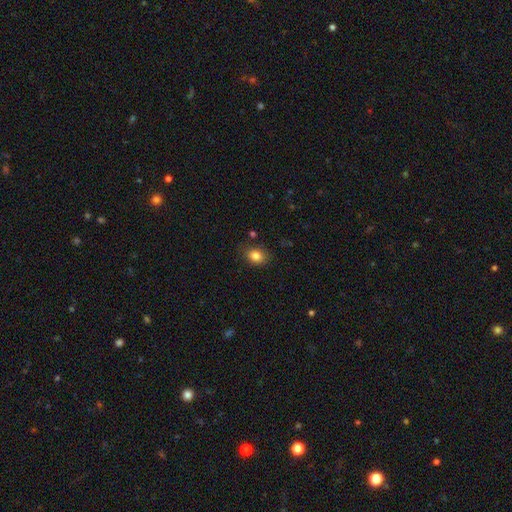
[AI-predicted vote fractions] A smooth galaxy with no disk features (83%) that is in between round and cigar-shaped (69%). Merging: none (80%).